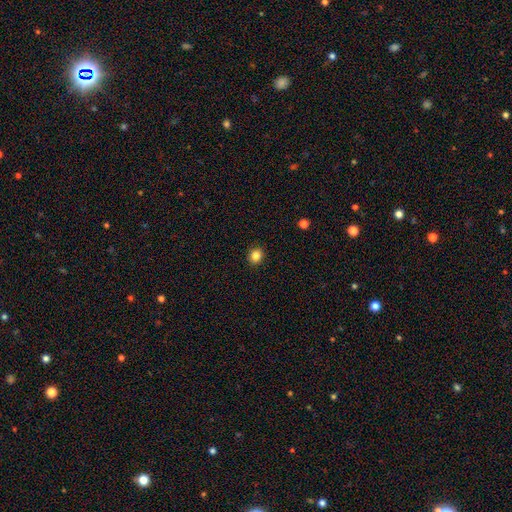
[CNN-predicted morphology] smooth-or-featured: smooth: 84% | star or artifact: 11% | featured or disk: 5%
  how-rounded: round: 78% | in between: 21% | cigar-shaped: 1%
  merging: none: 92% | minor disturbance: 6% | major disturbance: 2% | merger: 1%